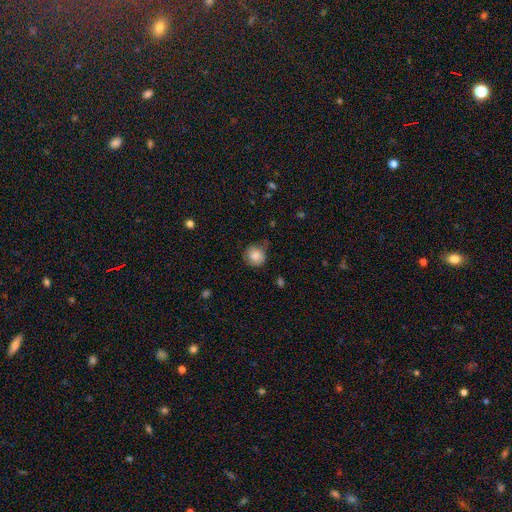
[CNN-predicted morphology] This is clearly a smooth galaxy (85%). How rounded: clearly round (87%). Merging: likely none (71%).